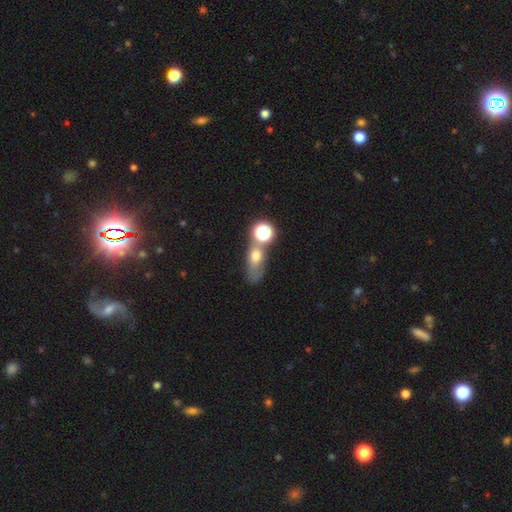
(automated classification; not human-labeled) Smooth or featured? Predicted: smooth (p=0.60). How rounded? Predicted: in between (p=0.58). Merging? Predicted: merger (p=0.38).